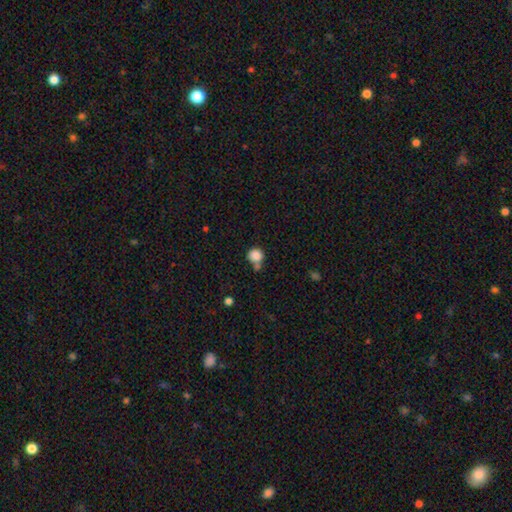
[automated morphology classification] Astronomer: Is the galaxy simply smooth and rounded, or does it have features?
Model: smooth — 85%.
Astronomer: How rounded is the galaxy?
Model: round — 88%.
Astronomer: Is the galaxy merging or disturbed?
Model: none — 55%.